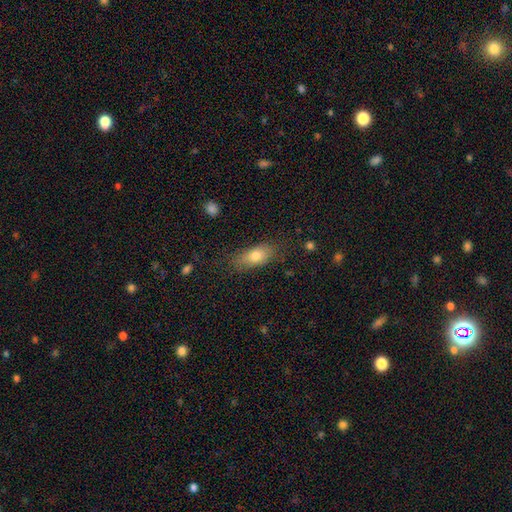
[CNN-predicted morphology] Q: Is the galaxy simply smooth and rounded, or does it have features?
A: smooth — 77%.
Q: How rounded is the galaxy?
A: in between — 80%.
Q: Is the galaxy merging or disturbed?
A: none — 73%.